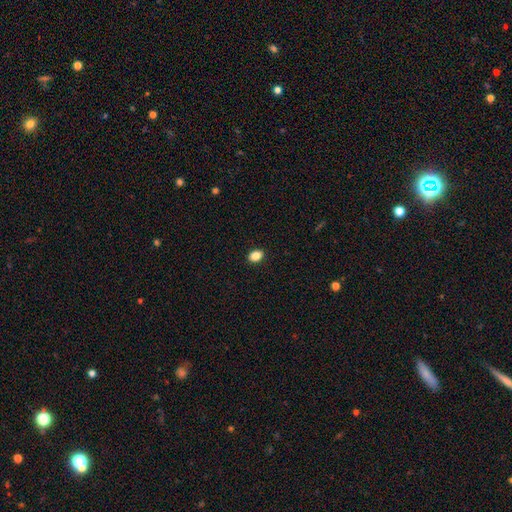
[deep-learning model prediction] smooth_or_featured: smooth (p=0.86) [alt: star or artifact p=0.09]
how_rounded: in between (p=0.72) [alt: round p=0.27]
merging: none (p=0.91) [alt: minor disturbance p=0.07]